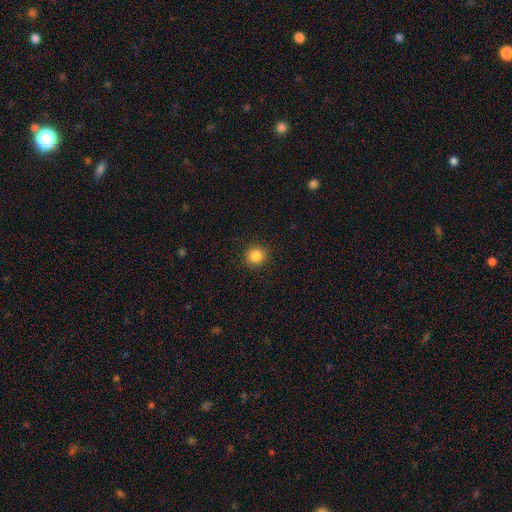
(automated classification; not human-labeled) Smooth or featured? Predicted: smooth (p=0.86). How rounded? Predicted: round (p=0.89). Merging? Predicted: none (p=0.91).